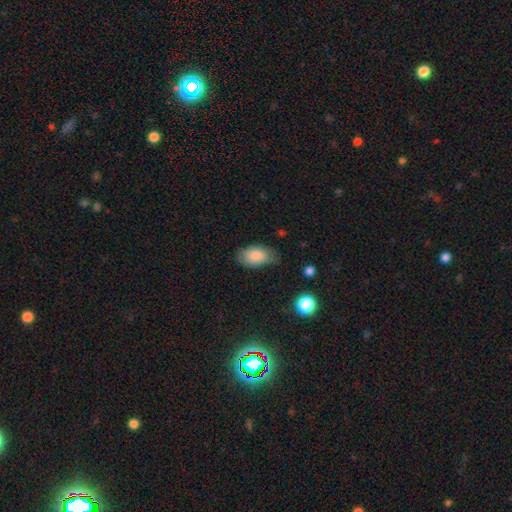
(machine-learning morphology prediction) A smooth galaxy with no disk features (83%) that is in between round and cigar-shaped (92%). Merging: none (60%).